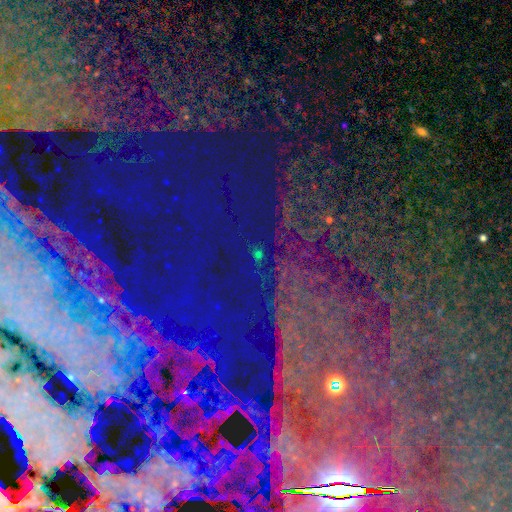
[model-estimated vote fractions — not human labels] This appears to be a star or artifact, not a galaxy (82%).